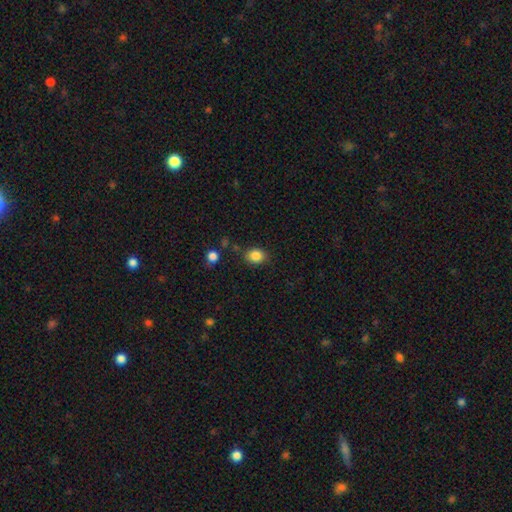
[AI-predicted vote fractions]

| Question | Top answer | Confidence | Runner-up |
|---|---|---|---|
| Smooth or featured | smooth | 85% | star or artifact (10%) |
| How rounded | round | 59% | in between (40%) |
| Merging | none | 79% | minor disturbance (13%) |